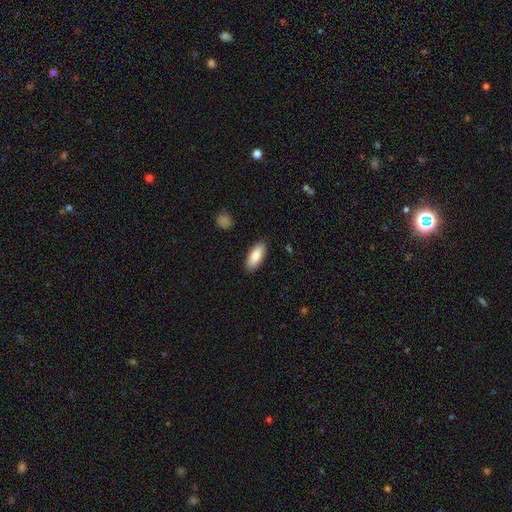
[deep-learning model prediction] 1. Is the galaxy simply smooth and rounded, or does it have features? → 86% smooth, 9% featured or disk, 6% star or artifact.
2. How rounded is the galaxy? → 78% in between, 20% cigar-shaped, 2% round.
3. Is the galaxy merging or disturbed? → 89% none, 8% minor disturbance, 2% major disturbance, 1% merger.